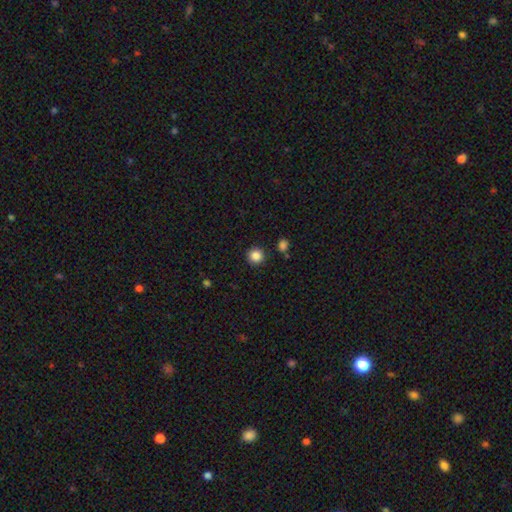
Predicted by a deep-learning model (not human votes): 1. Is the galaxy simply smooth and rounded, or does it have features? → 86% smooth, 11% star or artifact, 4% featured or disk.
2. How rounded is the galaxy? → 95% round, 4% in between, 1% cigar-shaped.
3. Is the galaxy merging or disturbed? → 90% none, 5% minor disturbance, 2% merger, 2% major disturbance.